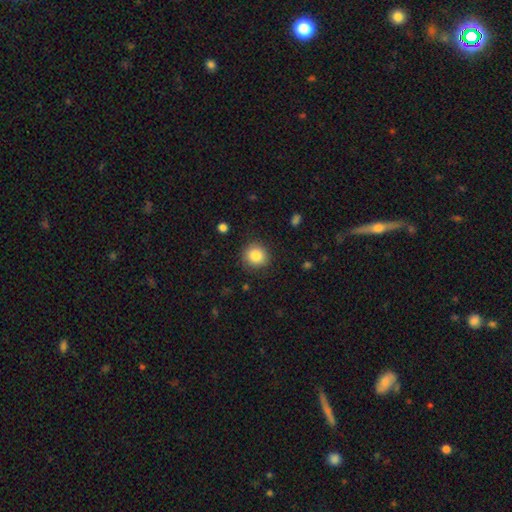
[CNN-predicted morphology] Overall: smooth (85%). How rounded: round (90%). Merging: none (88%).